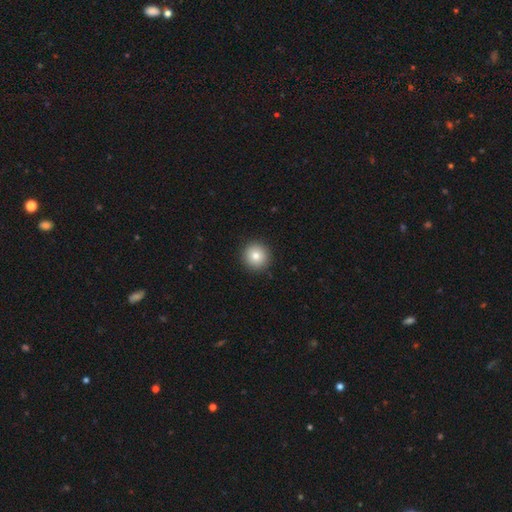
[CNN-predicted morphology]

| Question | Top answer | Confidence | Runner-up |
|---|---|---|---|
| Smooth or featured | smooth | 81% | star or artifact (10%) |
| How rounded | round | 95% | in between (4%) |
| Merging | none | 92% | minor disturbance (5%) |